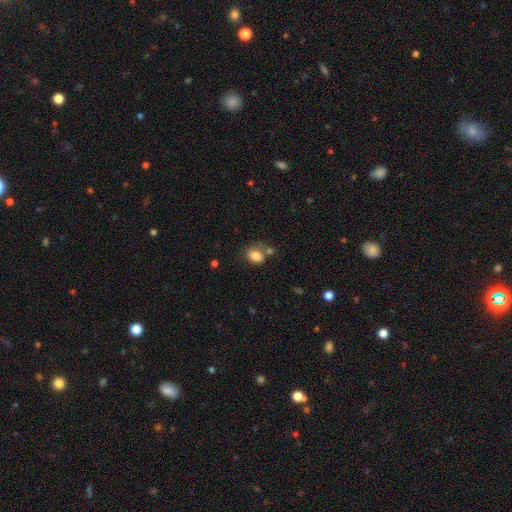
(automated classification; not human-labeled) Overall: smooth (82%). How rounded: in between (58%; round 41%). Merging: none (54%; minor disturbance 20%).